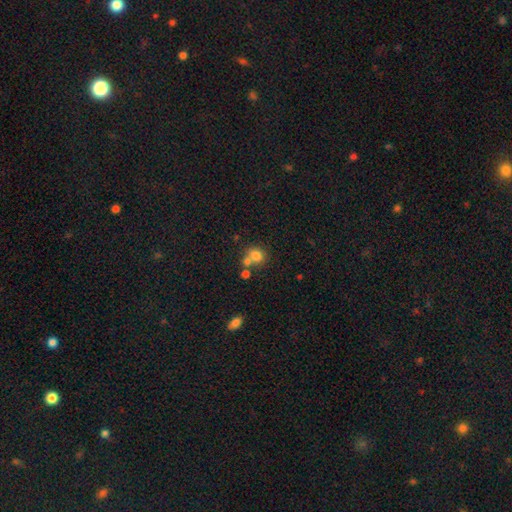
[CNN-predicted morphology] Smooth or featured? Predicted: smooth (p=0.77). How rounded? Predicted: round (p=0.73). Merging? Predicted: none (p=0.50).